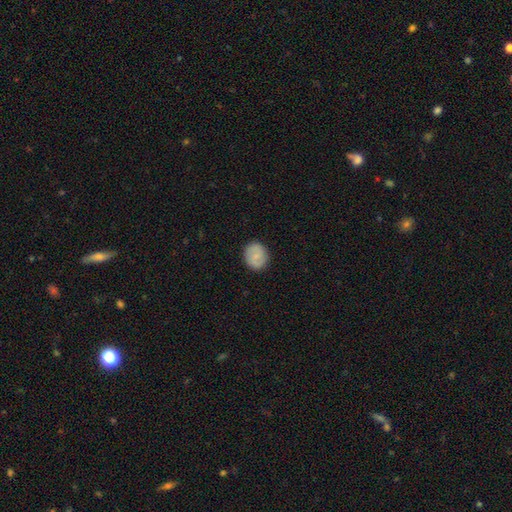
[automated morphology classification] smooth_or_featured: smooth (p=0.71) [alt: featured or disk p=0.22]
how_rounded: round (p=0.74) [alt: in between p=0.25]
merging: none (p=0.88) [alt: minor disturbance p=0.09]